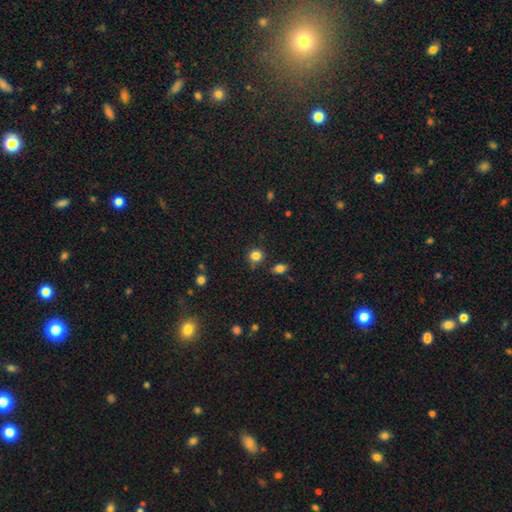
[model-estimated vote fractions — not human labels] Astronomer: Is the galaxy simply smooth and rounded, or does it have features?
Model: smooth — 83%.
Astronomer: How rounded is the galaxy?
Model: round — 88%.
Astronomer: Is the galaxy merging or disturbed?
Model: none — 82%.